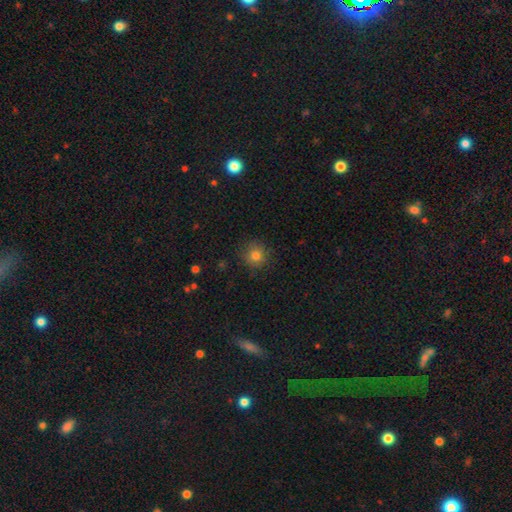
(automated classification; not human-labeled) Morphology: type=smooth (81%); roundness=round (92%); merging=none (88%).